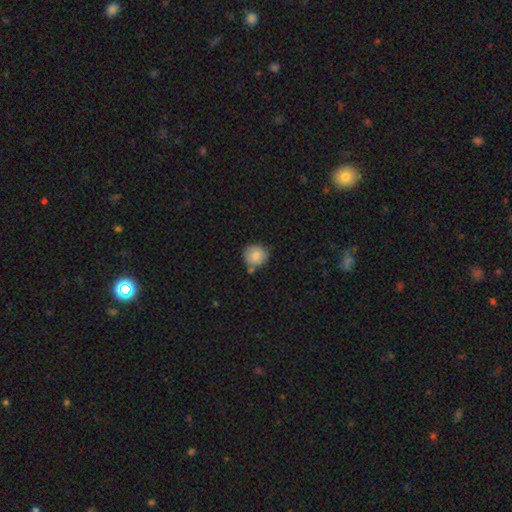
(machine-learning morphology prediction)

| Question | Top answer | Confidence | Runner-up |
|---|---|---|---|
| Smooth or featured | smooth | 84% | featured or disk (9%) |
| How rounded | round | 89% | in between (10%) |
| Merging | none | 71% | minor disturbance (17%) |